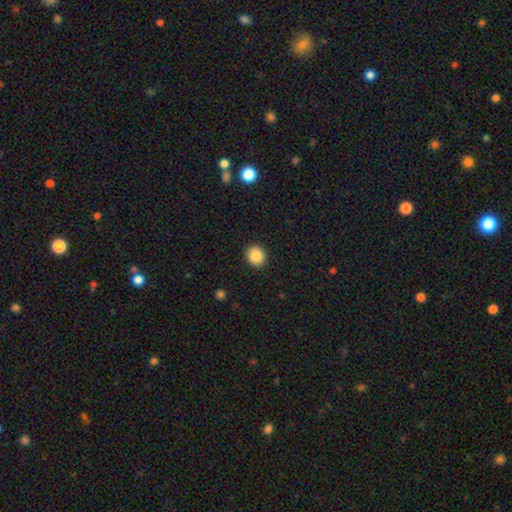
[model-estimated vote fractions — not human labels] Smooth or featured?
  - smooth: 86% *
  - star or artifact: 9%
  - featured or disk: 4%
How rounded?
  - round: 83% *
  - in between: 16%
  - cigar-shaped: 1%
Merging?
  - none: 92% *
  - minor disturbance: 6%
  - major disturbance: 2%
  - merger: 1%